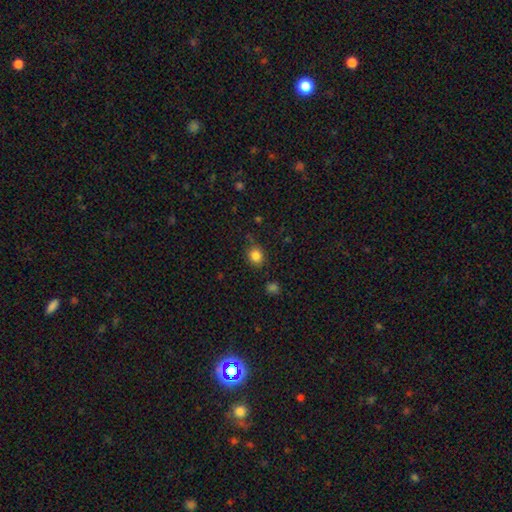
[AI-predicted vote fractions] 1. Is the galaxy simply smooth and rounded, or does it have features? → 84% smooth, 11% star or artifact, 5% featured or disk.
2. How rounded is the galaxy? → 68% round, 31% in between, 1% cigar-shaped.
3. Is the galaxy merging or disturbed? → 78% none, 15% minor disturbance, 4% major disturbance, 2% merger.